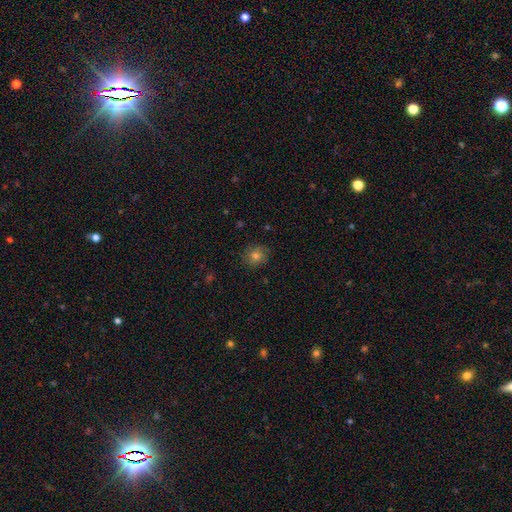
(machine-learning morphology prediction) This is likely a smooth galaxy (71%). How rounded: clearly round (87%). Merging: clearly none (85%).